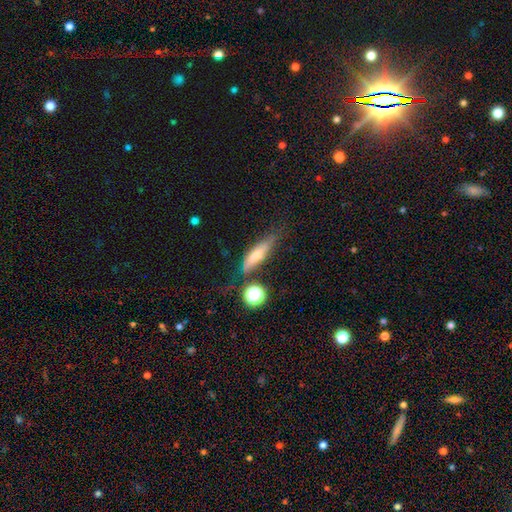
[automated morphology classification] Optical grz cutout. It shows a smooth galaxy with no disk features (46%). Merging: none (61%).